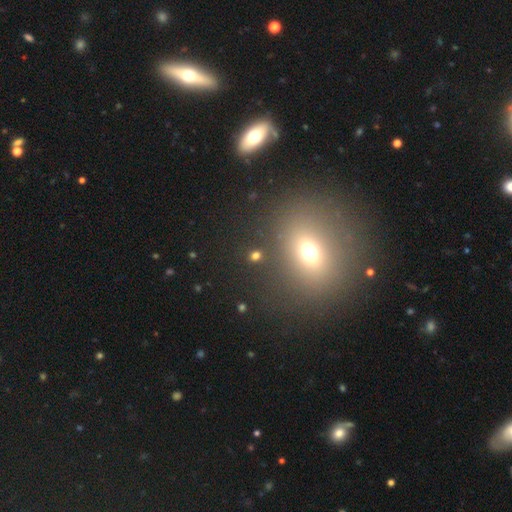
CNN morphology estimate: This appears to be a smooth galaxy with no disk features (66%) that is round (66%). Merging: none (84%).